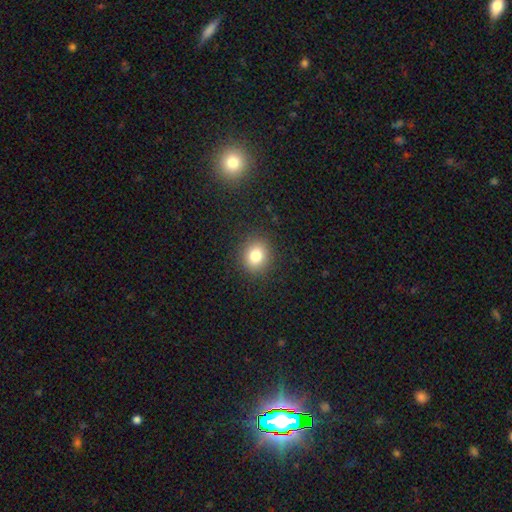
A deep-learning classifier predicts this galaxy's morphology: smooth 81%, star or artifact 12%, featured or disk 8%. Down the decision tree: how rounded — round (75%); merging — none (89%).